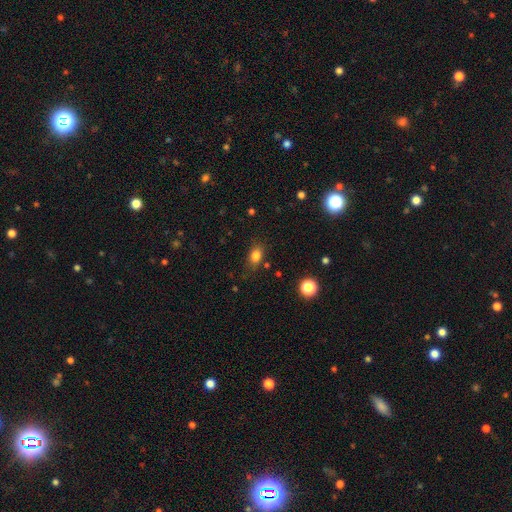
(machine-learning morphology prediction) The model was most divided on "how rounded": in between: 72%, round: 26%, cigar-shaped: 2%. More confident: smooth or featured — smooth (81%); merging — none (78%).